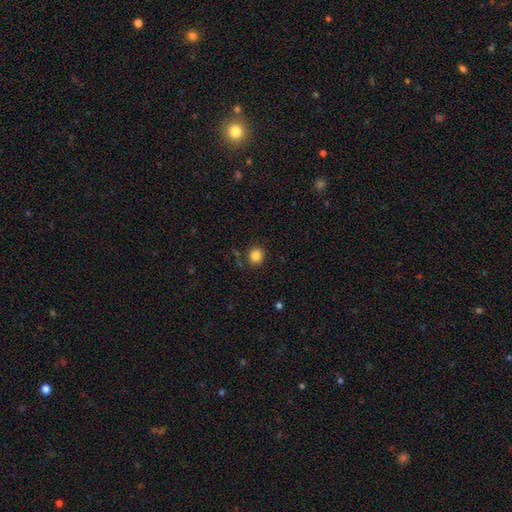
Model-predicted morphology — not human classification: Q: Smooth or featured?
A: smooth (84%); runner-up: star or artifact (12%)
Q: How rounded?
A: round (88%); runner-up: in between (11%)
Q: Merging?
A: none (86%); runner-up: minor disturbance (8%)